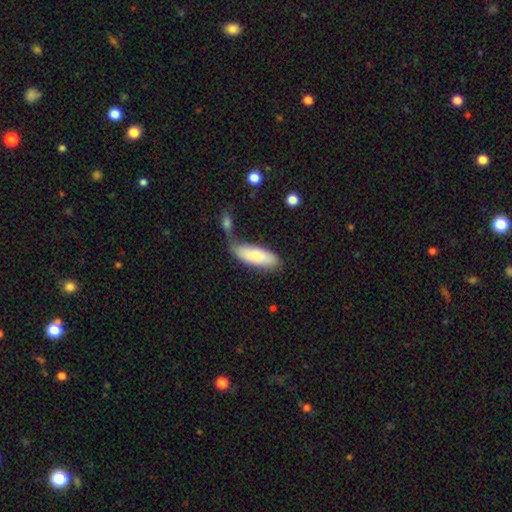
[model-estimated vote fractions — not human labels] smooth_or_featured: smooth (p=0.76) [alt: featured or disk p=0.18]
how_rounded: in between (p=0.69) [alt: cigar-shaped p=0.29]
merging: none (p=0.41) [alt: merger p=0.29]